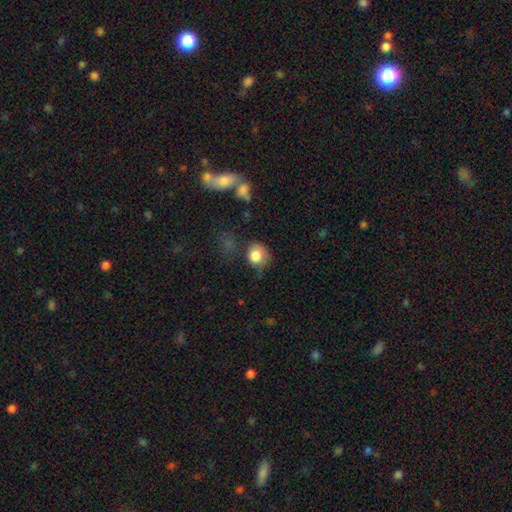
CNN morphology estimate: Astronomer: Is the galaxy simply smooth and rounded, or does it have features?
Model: smooth — 83%.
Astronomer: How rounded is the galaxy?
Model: round — 76%.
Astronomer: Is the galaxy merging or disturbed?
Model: none — 59%.